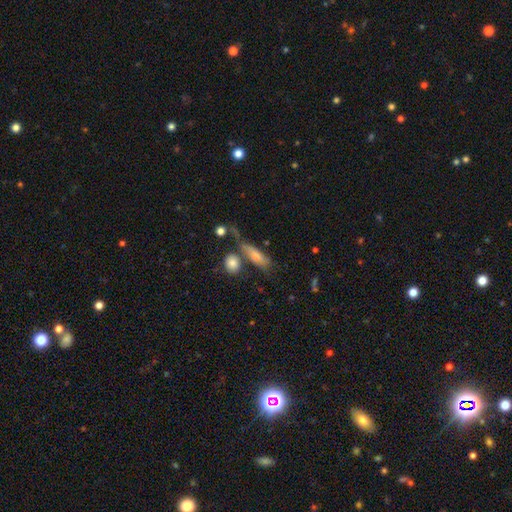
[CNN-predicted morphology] Smooth or featured? smooth (69%)
How rounded? in between (51%)
Merging? none (40%)